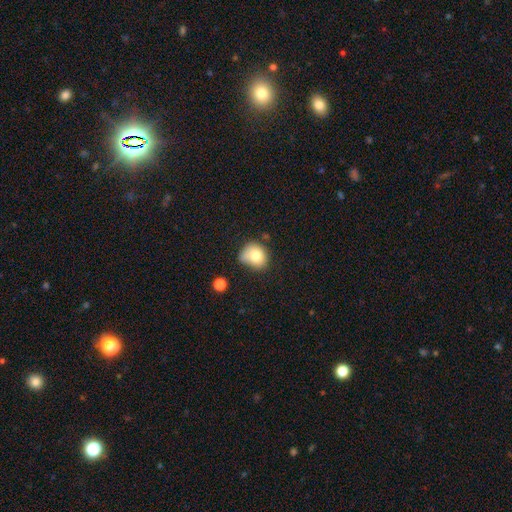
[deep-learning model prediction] Smooth or featured?
  - smooth: 77% *
  - featured or disk: 12%
  - star or artifact: 10%
How rounded?
  - round: 66% *
  - in between: 33%
  - cigar-shaped: 1%
Merging?
  - none: 48% *
  - minor disturbance: 32%
  - major disturbance: 10%
  - merger: 10%